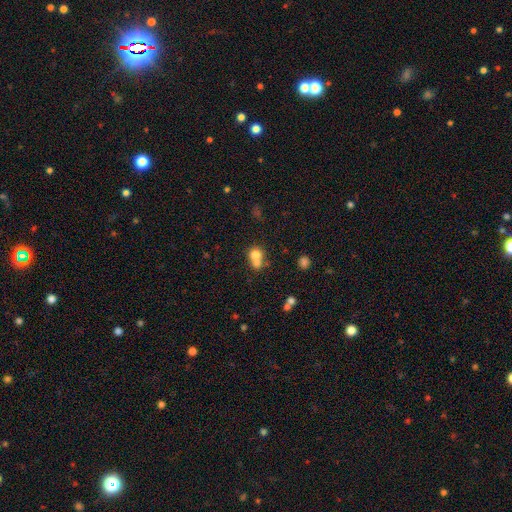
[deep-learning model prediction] Smooth or featured? Predicted: smooth (p=0.74). How rounded? Predicted: round (p=0.73). Merging? Predicted: merger (p=0.57).